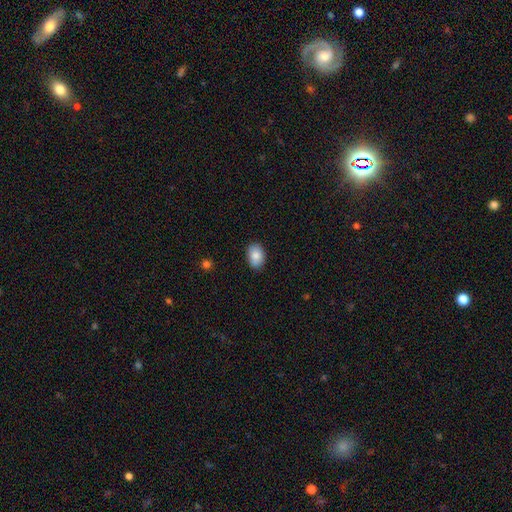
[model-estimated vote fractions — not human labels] smooth-or-featured: smooth: 85% | featured or disk: 8% | star or artifact: 7%
  how-rounded: in between: 83% | round: 16% | cigar-shaped: 1%
  merging: none: 85% | minor disturbance: 12% | major disturbance: 2% | merger: 1%